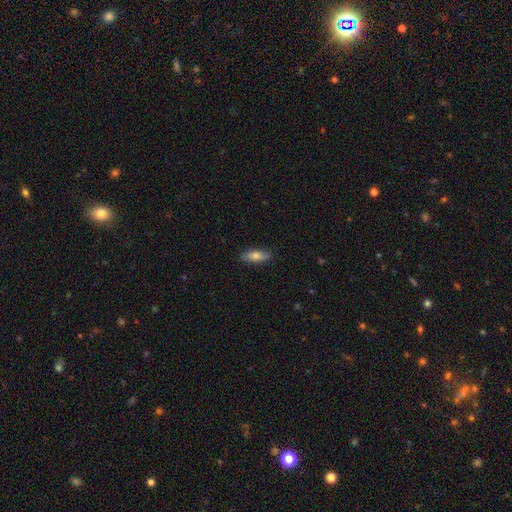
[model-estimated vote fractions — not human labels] Smooth or featured? Predicted: smooth (p=0.73). How rounded? Predicted: in between (p=0.59). Merging? Predicted: none (p=0.86).